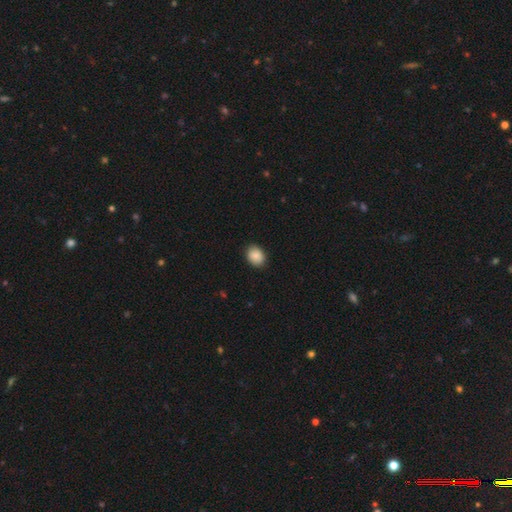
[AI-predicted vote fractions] Q: Smooth or featured?
A: smooth (89%); runner-up: star or artifact (7%)
Q: How rounded?
A: in between (58%); runner-up: round (41%)
Q: Merging?
A: none (88%); runner-up: minor disturbance (9%)